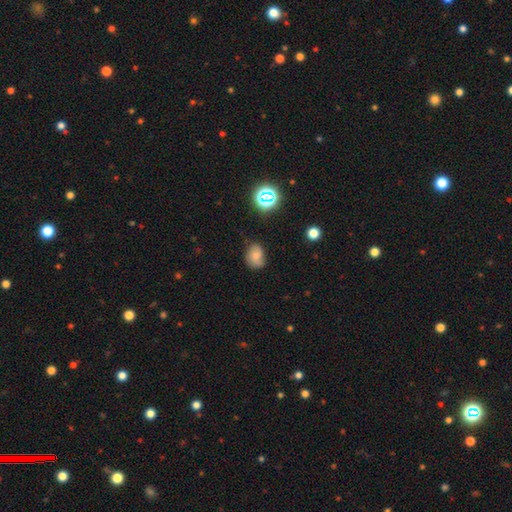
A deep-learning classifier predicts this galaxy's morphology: Smooth or featured? smooth (58%)
How rounded? in between (60%)
Merging? none (61%)